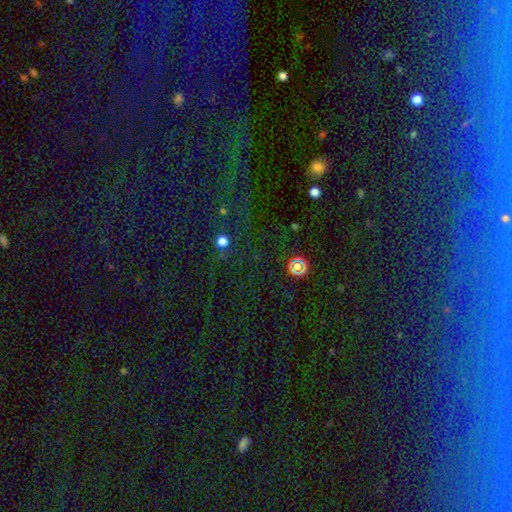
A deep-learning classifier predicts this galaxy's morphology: type=star or artifact (77%).